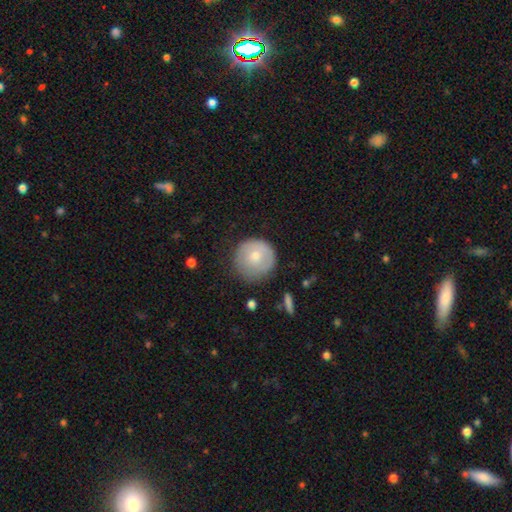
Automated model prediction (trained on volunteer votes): Smooth or featured: smooth — 69% (featured or disk — 24%)
How rounded: round — 93% (in between — 6%)
Merging: none — 70% (minor disturbance — 21%)